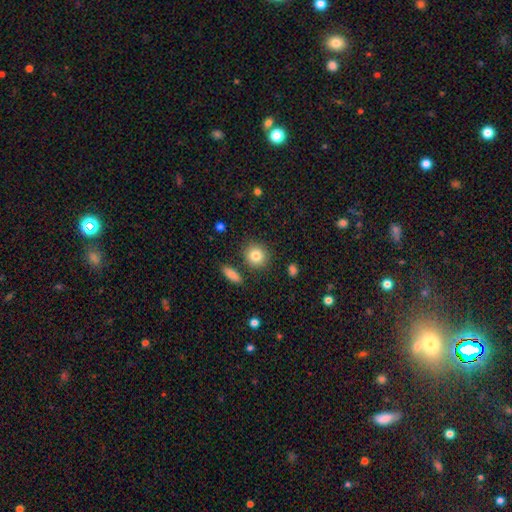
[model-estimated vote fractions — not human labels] Smooth or featured?
  - smooth: 83% *
  - star or artifact: 9%
  - featured or disk: 8%
How rounded?
  - round: 84% *
  - in between: 15%
  - cigar-shaped: 1%
Merging?
  - none: 84% *
  - minor disturbance: 9%
  - merger: 5%
  - major disturbance: 3%